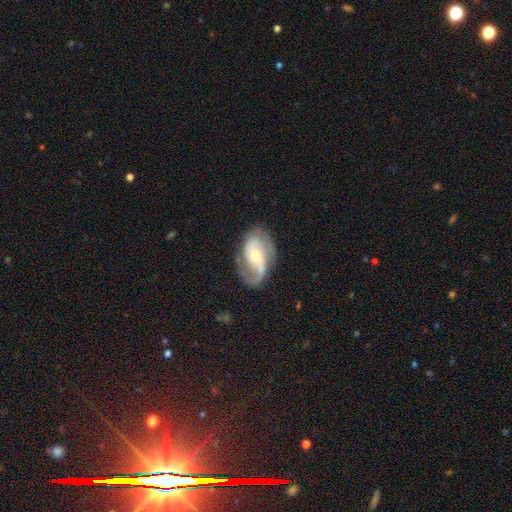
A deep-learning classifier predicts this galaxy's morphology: Smooth or featured? featured or disk (82%)
Edge-on disk? no (96%)
Bar? no (44%)
Spiral arms? yes (93%)
Spiral winding? medium (42%)
Spiral arm count? 2 (70%)
Bulge size? moderate (48%)
Merging? none (66%)